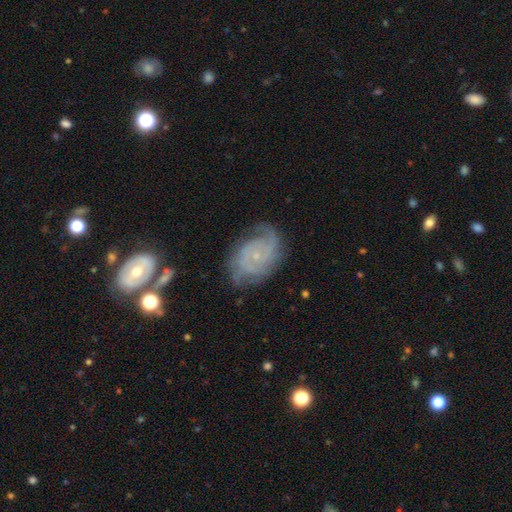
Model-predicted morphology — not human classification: This is clearly a featured or disk galaxy (81%). It is clearly not viewed edge-on (97%). Bar: likely no (74%). Spiral arm pattern: clearly yes (94%). Spiral arm count: marginally 2 (40%). Spiral winding: possibly tight (51%). Central bulge: clearly small (83%). Merging: likely none (64%).